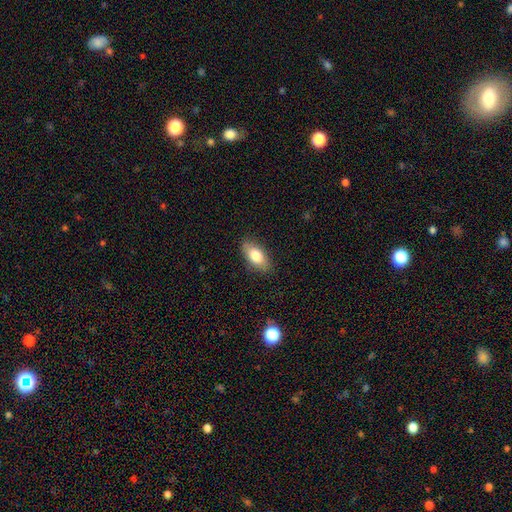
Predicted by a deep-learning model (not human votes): smooth_or_featured: smooth (p=0.77) [alt: featured or disk p=0.16]
how_rounded: in between (p=0.88) [alt: cigar-shaped p=0.08]
merging: none (p=0.85) [alt: minor disturbance p=0.11]